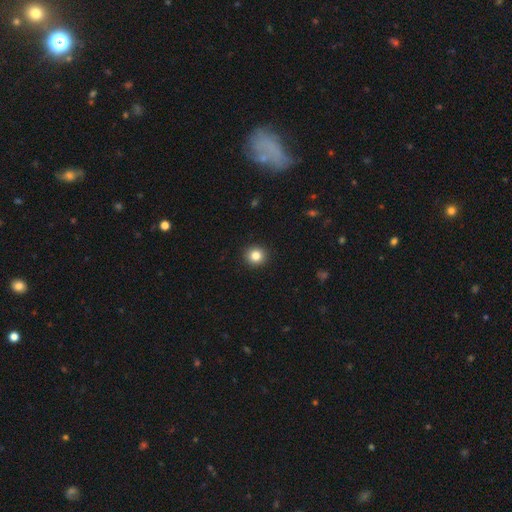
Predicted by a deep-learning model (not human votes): Overall: smooth (83%). How rounded: round (93%). Merging: none (93%).